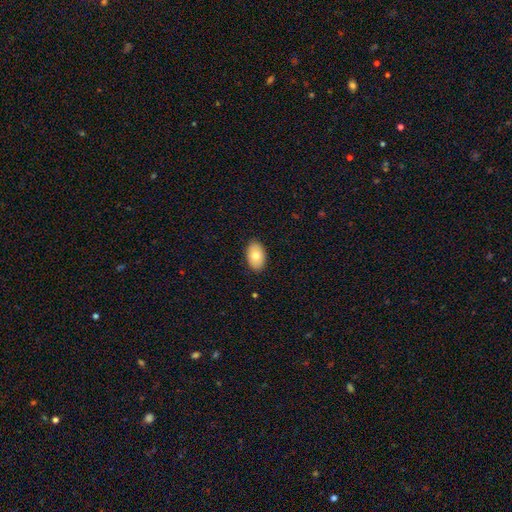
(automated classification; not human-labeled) Smooth or featured: smooth — 78% (featured or disk — 16%)
How rounded: in between — 93% (round — 6%)
Merging: none — 88% (minor disturbance — 9%)